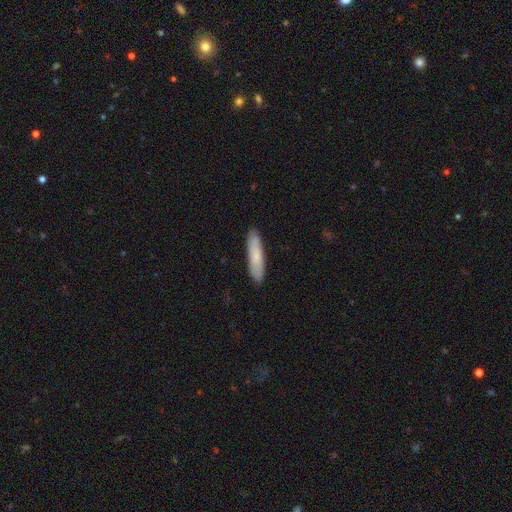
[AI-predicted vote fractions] A smooth galaxy with no disk features (78%) that is cigar-shaped (81%).

Vote fractions:
- Smooth or featured? smooth: 78% / featured or disk: 17% / star or artifact: 6%
- How rounded? cigar-shaped: 81% / in between: 17% / round: 1%
- Merging? none: 90% / minor disturbance: 8% / major disturbance: 1% / merger: 1%